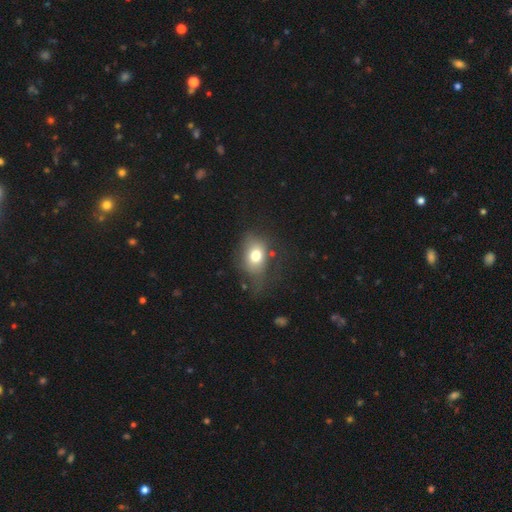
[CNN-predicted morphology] Overall: smooth (73%). How rounded: in between (61%; round 38%). Merging: none (51%; minor disturbance 28%).